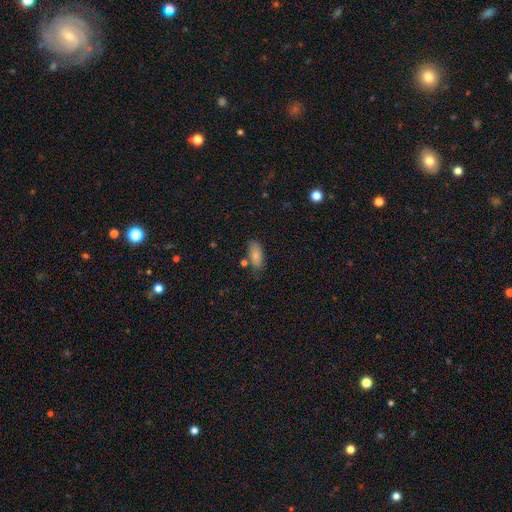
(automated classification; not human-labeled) Smooth or featured? Predicted: smooth (p=0.84). How rounded? Predicted: in between (p=0.85). Merging? Predicted: none (p=0.74).